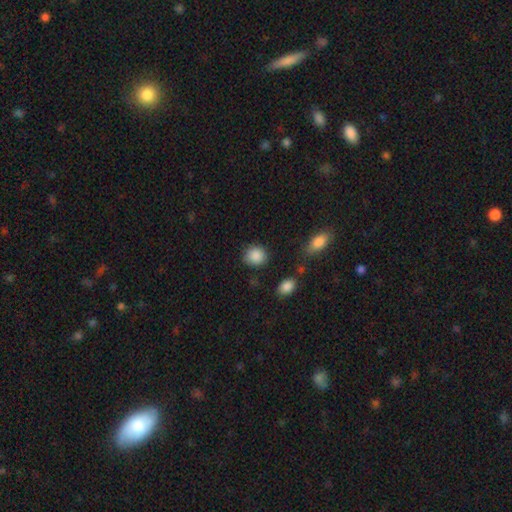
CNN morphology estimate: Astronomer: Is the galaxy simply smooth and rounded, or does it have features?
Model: smooth — 89%.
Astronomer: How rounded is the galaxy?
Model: round — 75%.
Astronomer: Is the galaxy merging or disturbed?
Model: none — 81%.